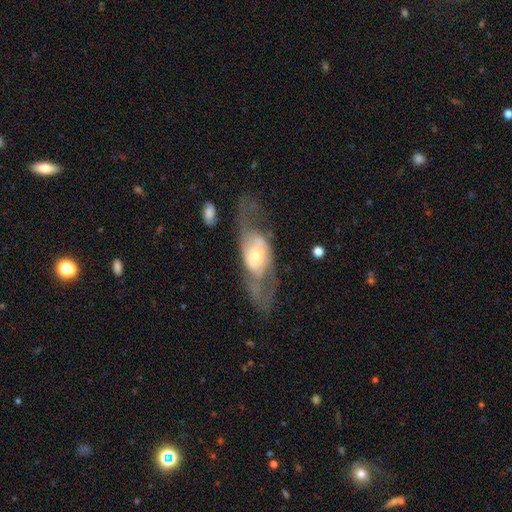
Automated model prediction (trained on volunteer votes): Q: Smooth or featured?
A: featured or disk (75%); runner-up: smooth (19%)
Q: Edge-on disk?
A: no (83%); runner-up: yes (17%)
Q: Bar?
A: no (57%); runner-up: weak (29%)
Q: Spiral arms?
A: yes (74%); runner-up: no (26%)
Q: Bulge size?
A: small (44%); runner-up: moderate (41%)
Q: Merging?
A: none (54%); runner-up: major disturbance (25%)